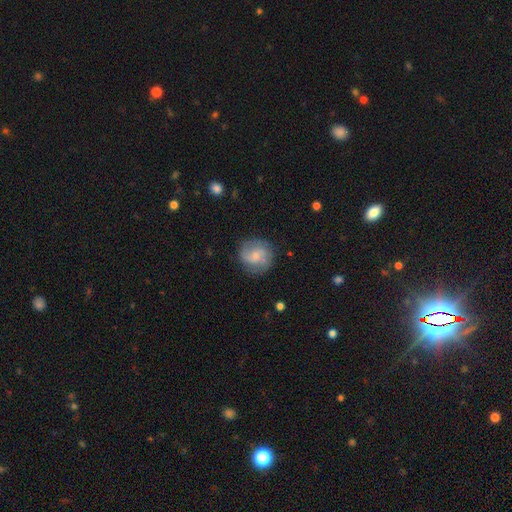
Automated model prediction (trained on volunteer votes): A featured or disk galaxy (52%) with no bar (55%), spiral arms (84%) and a small central bulge (50%). Merging: none (74%).